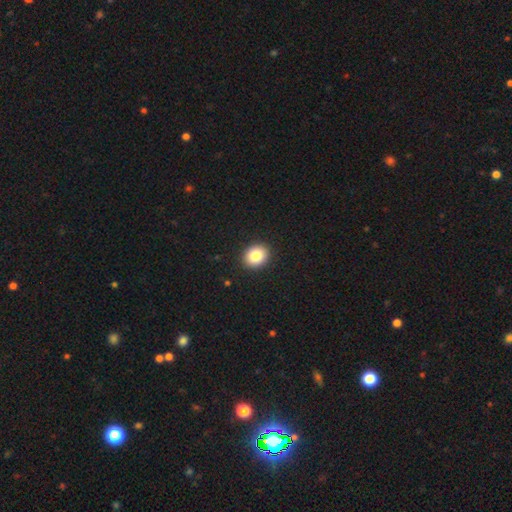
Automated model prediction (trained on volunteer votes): smooth_or_featured: smooth (p=0.84) [alt: star or artifact p=0.09]
how_rounded: round (p=0.57) [alt: in between p=0.42]
merging: none (p=0.92) [alt: minor disturbance p=0.06]